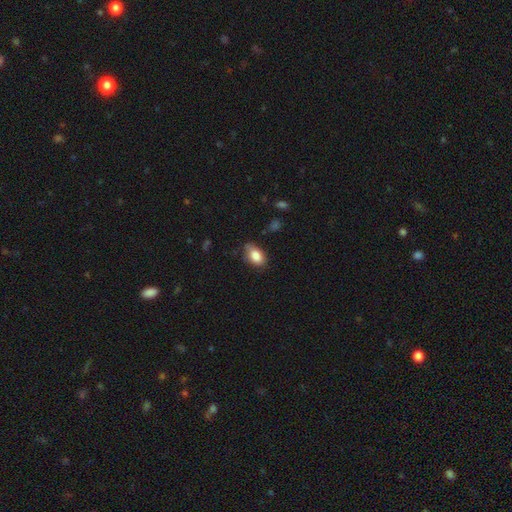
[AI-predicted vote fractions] Smooth or featured? Predicted: smooth (p=0.84). How rounded? Predicted: in between (p=0.89). Merging? Predicted: none (p=0.68).